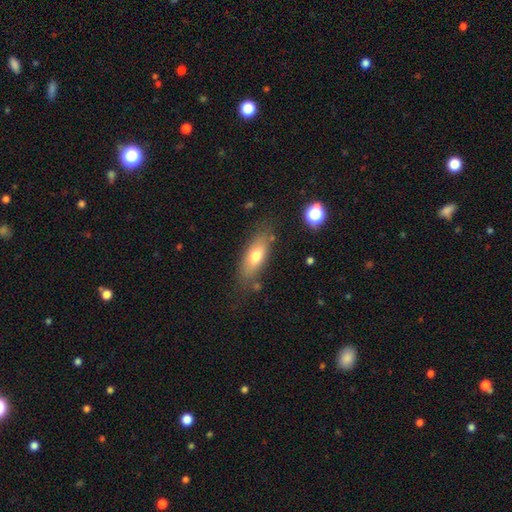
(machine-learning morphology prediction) Overall: smooth (69%). How rounded: in between (71%). Merging: none (74%).